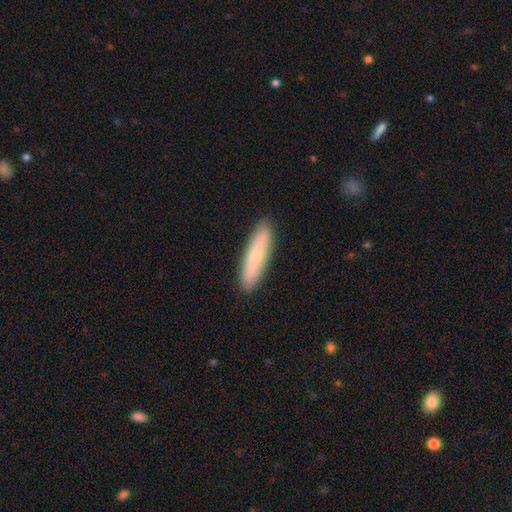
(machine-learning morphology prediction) smooth_or_featured: smooth (p=0.71) [alt: featured or disk p=0.23]
how_rounded: cigar-shaped (p=0.81) [alt: in between p=0.17]
merging: none (p=0.90) [alt: minor disturbance p=0.07]